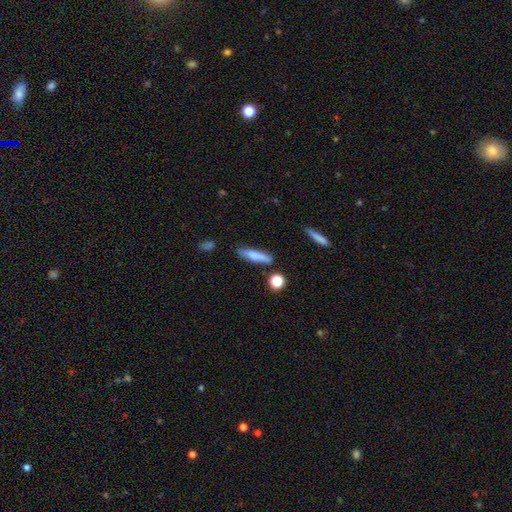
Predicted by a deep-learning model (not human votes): Smooth or featured?
  - smooth: 77% *
  - featured or disk: 16%
  - star or artifact: 7%
How rounded?
  - cigar-shaped: 78% *
  - in between: 19%
  - round: 3%
Merging?
  - none: 78% *
  - minor disturbance: 14%
  - merger: 5%
  - major disturbance: 3%